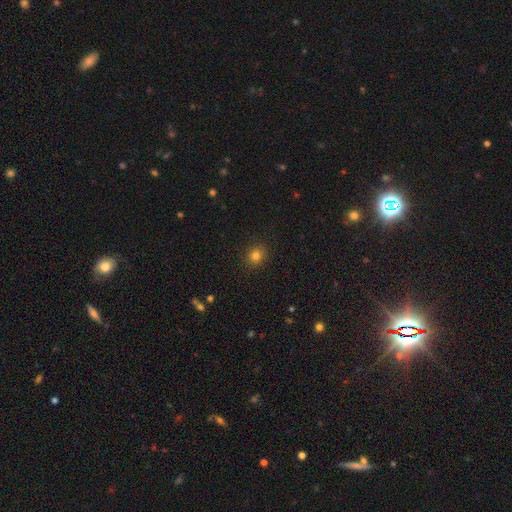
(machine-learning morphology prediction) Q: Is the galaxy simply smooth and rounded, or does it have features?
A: smooth — 80%.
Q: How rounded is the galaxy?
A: round — 78%.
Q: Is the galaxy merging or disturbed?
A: none — 90%.